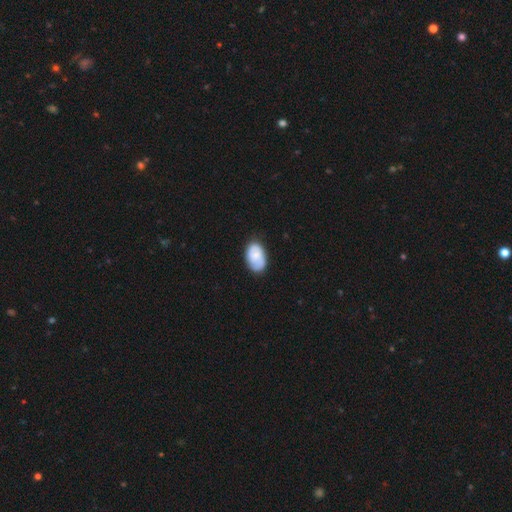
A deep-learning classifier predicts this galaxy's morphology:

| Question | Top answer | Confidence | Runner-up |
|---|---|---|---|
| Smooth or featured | smooth | 67% | featured or disk (27%) |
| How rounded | in between | 90% | round (9%) |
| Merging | none | 78% | minor disturbance (17%) |